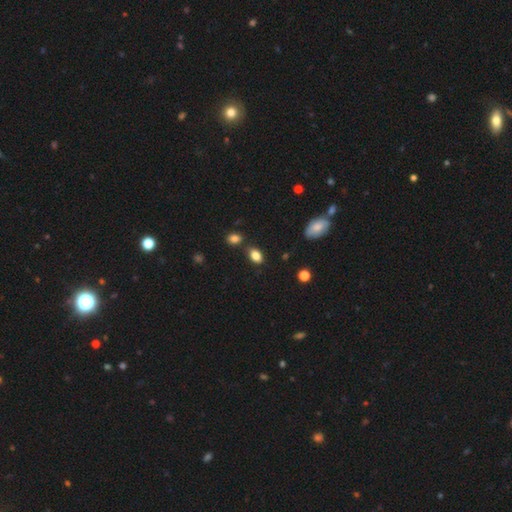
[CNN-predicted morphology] This appears to be a smooth galaxy with no disk features (84%) that is in between round and cigar-shaped (86%). Merging: none (74%).